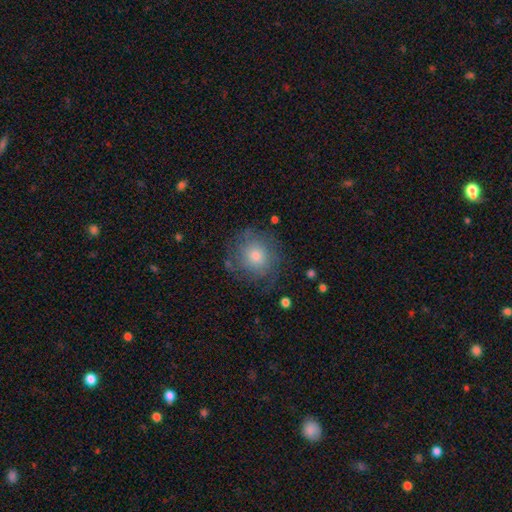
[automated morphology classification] Smooth or featured? smooth (56%)
How rounded? round (89%)
Merging? none (73%)